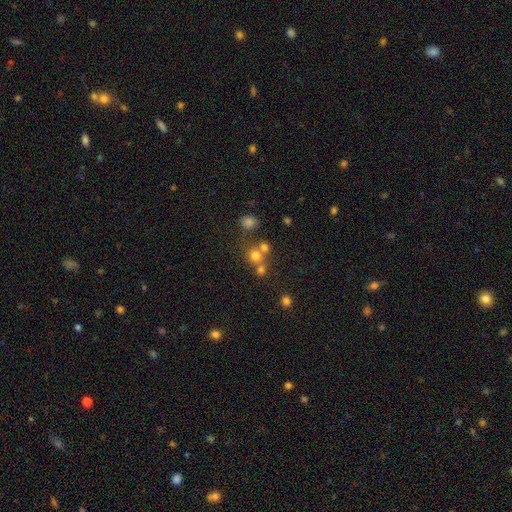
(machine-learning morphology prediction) type=smooth (69%); roundness=round (82%); merging=none (49%).